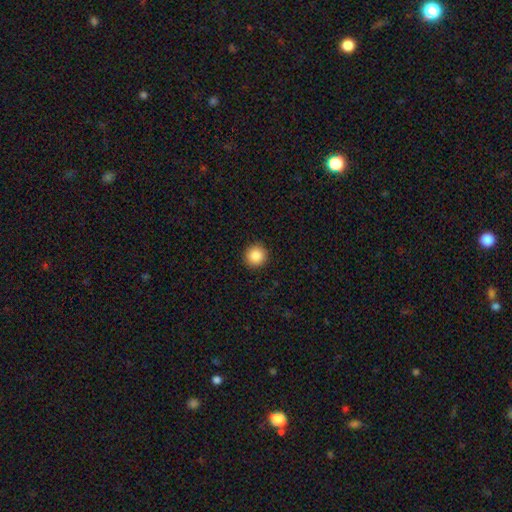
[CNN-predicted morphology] Smooth or featured? smooth (88%)
How rounded? round (95%)
Merging? none (92%)